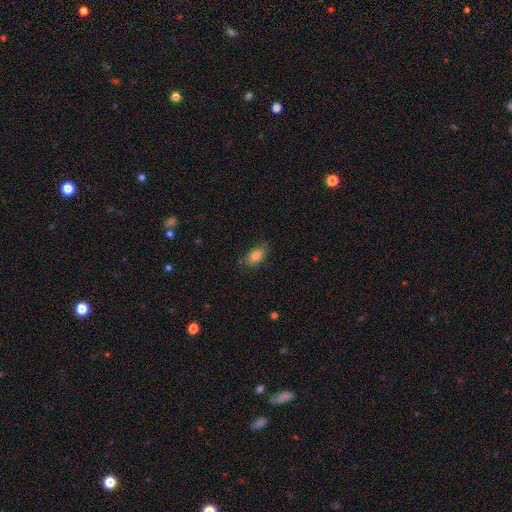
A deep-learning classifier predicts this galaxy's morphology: Smooth or featured?
  - smooth: 83% *
  - featured or disk: 9%
  - star or artifact: 8%
How rounded?
  - in between: 91% *
  - round: 5%
  - cigar-shaped: 4%
Merging?
  - none: 81% *
  - minor disturbance: 15%
  - major disturbance: 3%
  - merger: 1%